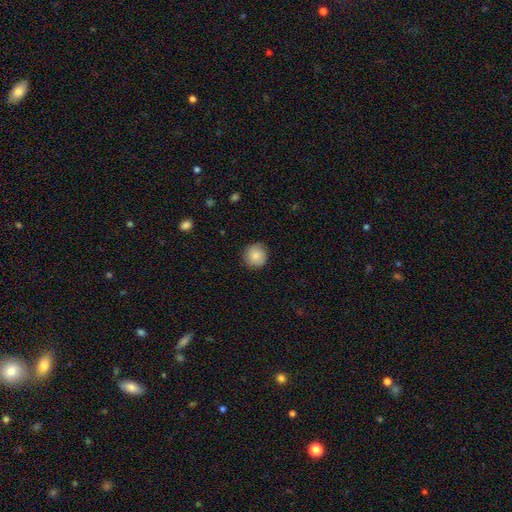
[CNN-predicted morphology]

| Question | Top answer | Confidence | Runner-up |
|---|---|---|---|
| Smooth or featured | smooth | 84% | star or artifact (8%) |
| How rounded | round | 93% | in between (6%) |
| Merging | none | 83% | minor disturbance (13%) |